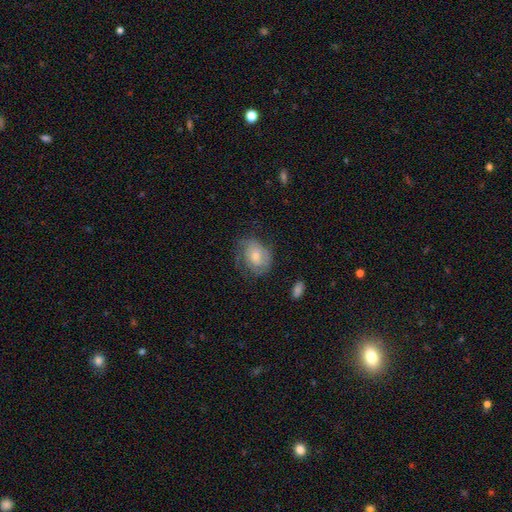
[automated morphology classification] type=featured or disk (48%); merging=none (51%).